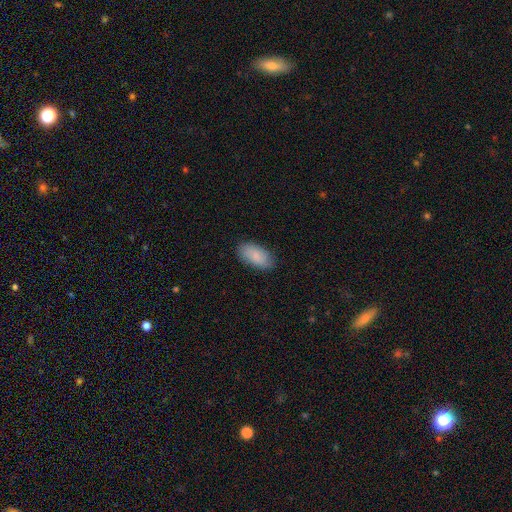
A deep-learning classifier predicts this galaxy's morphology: This appears to be a smooth galaxy with no disk features (84%) that is in between round and cigar-shaped (94%). Merging: none (85%).